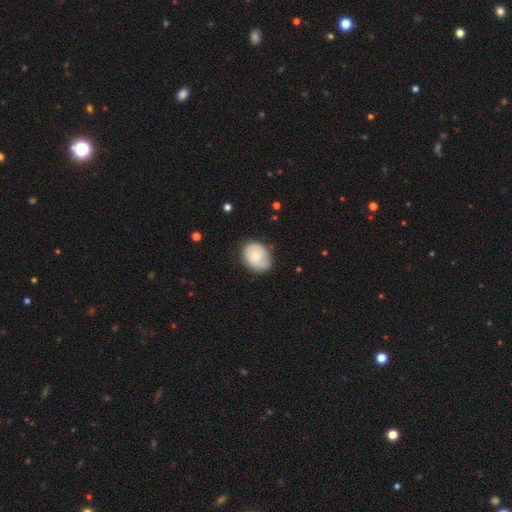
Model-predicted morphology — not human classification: smooth_or_featured: smooth (p=0.55) [alt: featured or disk p=0.38]
how_rounded: in between (p=0.61) [alt: round p=0.38]
merging: none (p=0.69) [alt: minor disturbance p=0.23]